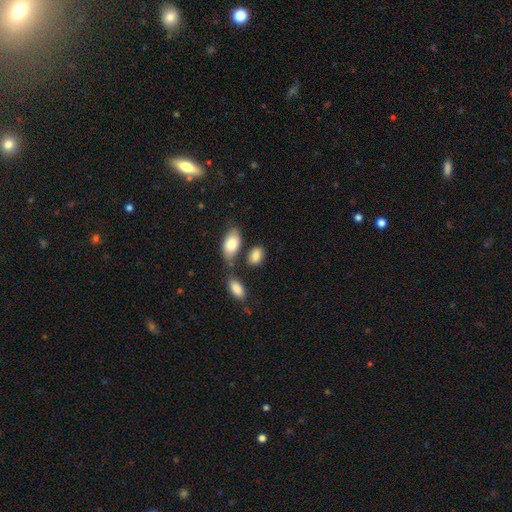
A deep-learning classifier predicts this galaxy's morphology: type=smooth (83%); roundness=in between (88%); merging=none (65%).